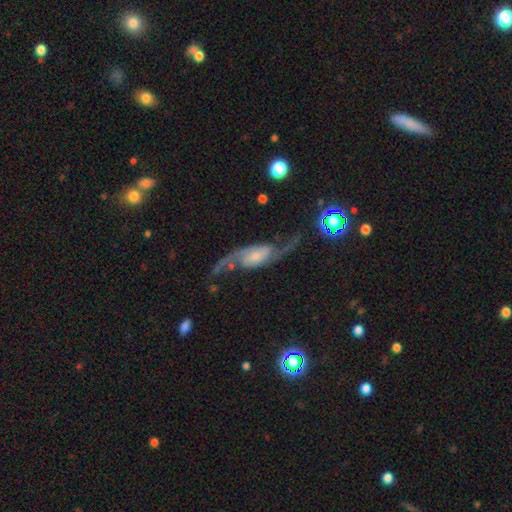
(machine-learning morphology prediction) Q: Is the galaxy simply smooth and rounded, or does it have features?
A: featured or disk — 88%.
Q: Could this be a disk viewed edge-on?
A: no — 94%.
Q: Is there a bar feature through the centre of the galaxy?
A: no — 42%.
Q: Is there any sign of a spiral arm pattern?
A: yes — 97%.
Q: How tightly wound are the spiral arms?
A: loose — 71%.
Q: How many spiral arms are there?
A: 2 — 94%.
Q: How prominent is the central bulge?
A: small — 41%.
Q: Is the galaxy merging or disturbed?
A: none — 67%.